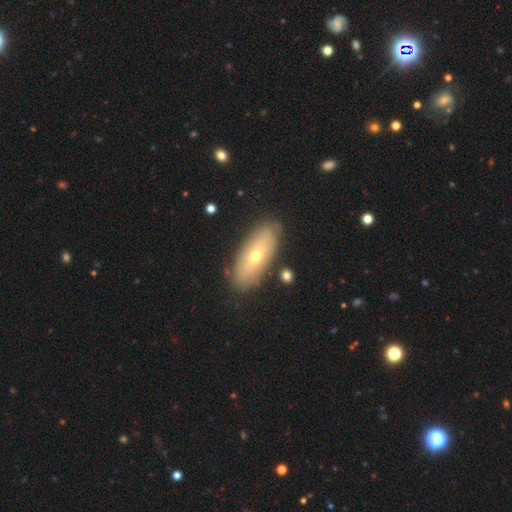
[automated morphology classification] smooth-or-featured: smooth: 53% | featured or disk: 39% | star or artifact: 7%
  how-rounded: in between: 80% | cigar-shaped: 17% | round: 3%
  merging: none: 84% | minor disturbance: 11% | major disturbance: 3% | merger: 2%